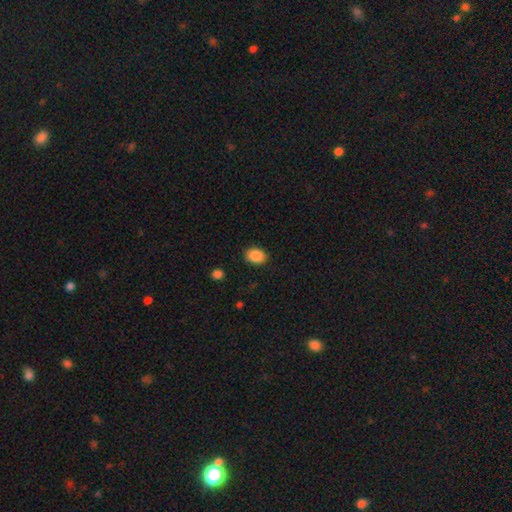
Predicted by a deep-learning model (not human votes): A smooth galaxy with no disk features (88%) that is in between round and cigar-shaped (66%). Merging: none (88%).